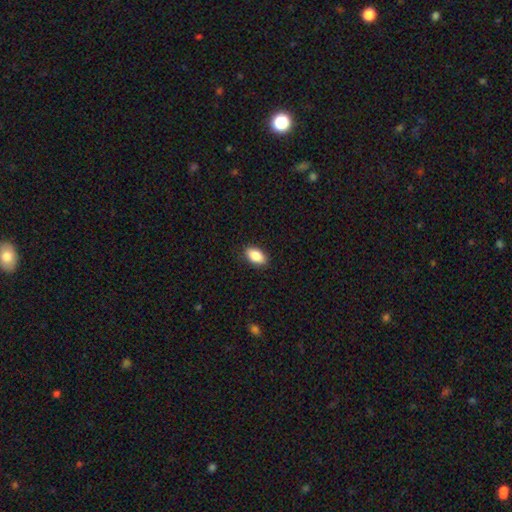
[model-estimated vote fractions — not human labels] Smooth or featured?
  - smooth: 86% *
  - star or artifact: 7%
  - featured or disk: 7%
How rounded?
  - in between: 91% *
  - round: 6%
  - cigar-shaped: 3%
Merging?
  - none: 89% *
  - minor disturbance: 8%
  - major disturbance: 2%
  - merger: 1%